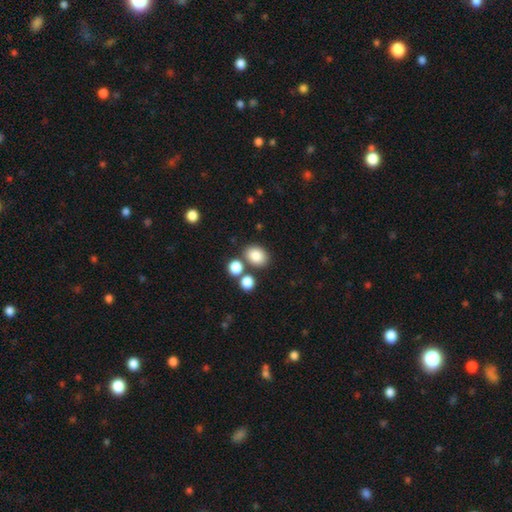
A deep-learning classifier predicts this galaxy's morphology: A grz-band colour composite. It shows a smooth galaxy with no disk features (83%) that is in between round and cigar-shaped (55%). Merging: none (71%).